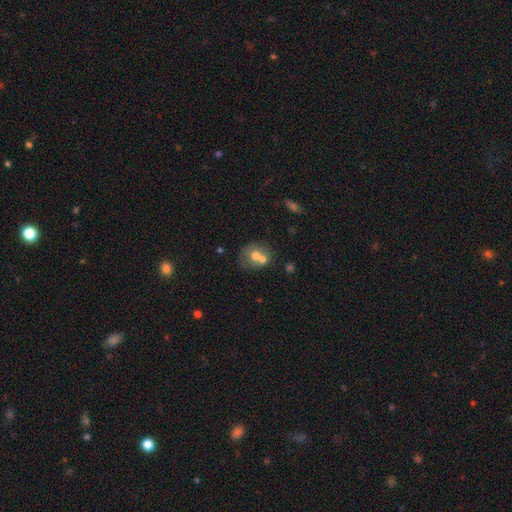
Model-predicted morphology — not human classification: Smooth or featured: smooth — 61% (featured or disk — 29%)
How rounded: round — 68% (in between — 31%)
Merging: merger — 53% (none — 33%)